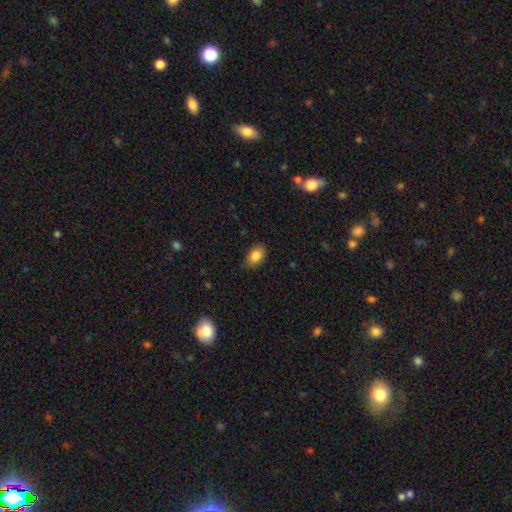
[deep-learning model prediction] Smooth or featured?
  - smooth: 85% *
  - star or artifact: 8%
  - featured or disk: 7%
How rounded?
  - in between: 87% *
  - round: 11%
  - cigar-shaped: 1%
Merging?
  - none: 83% *
  - minor disturbance: 14%
  - major disturbance: 2%
  - merger: 1%